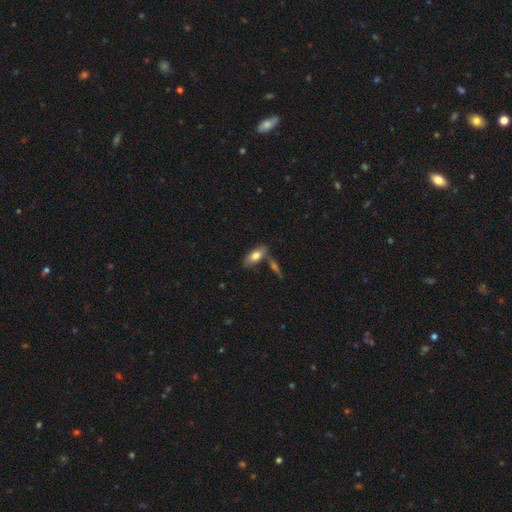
Volunteers were most divided on "merging": none: 68%, merger: 16%, minor disturbance: 14%, major disturbance: 3%. More confident: smooth or featured — smooth (78%); how rounded — in between (76%).